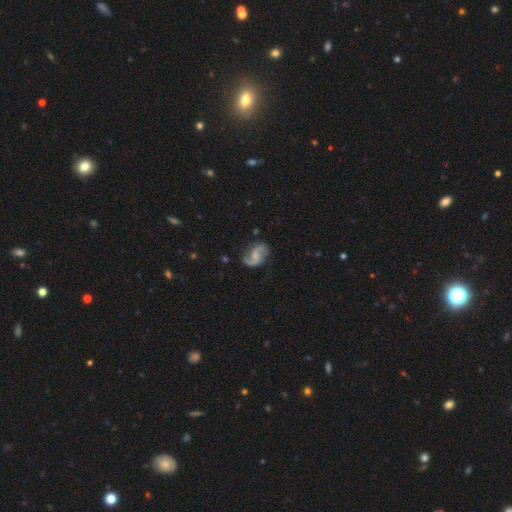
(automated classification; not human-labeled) smooth_or_featured: featured or disk (p=0.85) [alt: smooth p=0.09]
disk_edge_on: no (p=0.98) [alt: yes p=0.02]
bar: no (p=0.47) [alt: weak p=0.44]
has_spiral_arms: yes (p=0.97) [alt: no p=0.03]
spiral_winding: loose (p=0.49) [alt: medium p=0.41]
spiral_arm_count: 2 (p=0.92) [alt: 1 p=0.03]
bulge_size: small (p=0.38) [alt: moderate p=0.30]
merging: none (p=0.74) [alt: minor disturbance p=0.17]